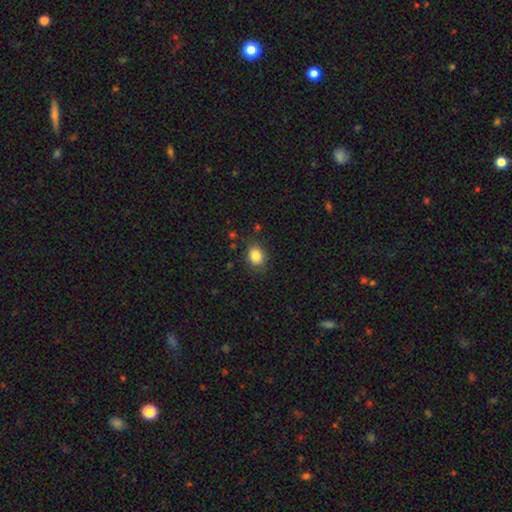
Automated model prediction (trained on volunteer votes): Overall: smooth (85%). How rounded: in between (52%; round 47%). Merging: none (81%).